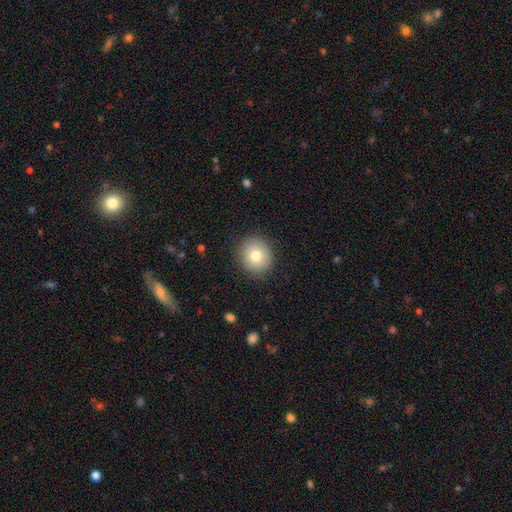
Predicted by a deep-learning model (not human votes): A smooth galaxy with no disk features (78%) that is round (86%). Merging: none (88%).